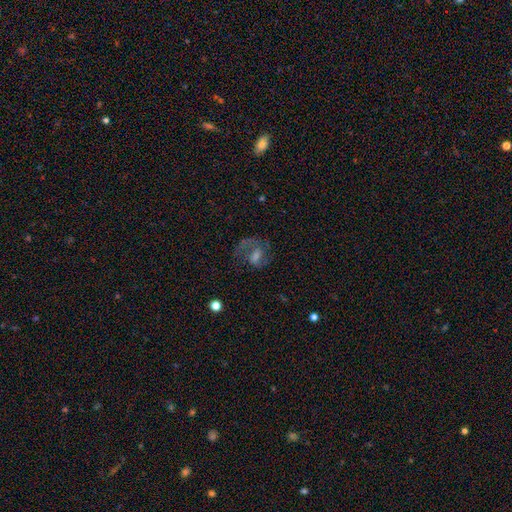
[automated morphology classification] Smooth or featured? featured or disk (69%)
Edge-on disk? no (97%)
Bar? weak (51%)
Spiral arms? yes (88%)
Spiral winding? medium (51%)
Spiral arm count? 2 (71%)
Bulge size? moderate (38%)
Merging? none (58%)